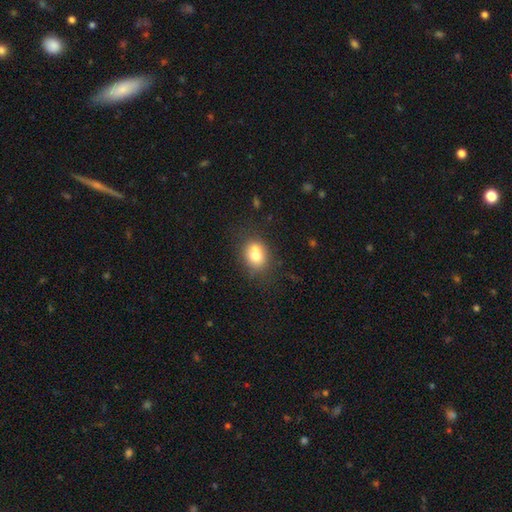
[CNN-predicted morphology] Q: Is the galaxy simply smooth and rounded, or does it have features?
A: smooth — 71%.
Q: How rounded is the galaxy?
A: round — 54%.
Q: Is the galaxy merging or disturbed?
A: none — 50%.